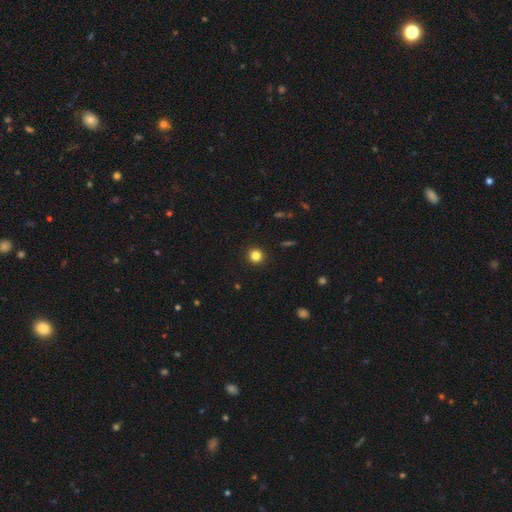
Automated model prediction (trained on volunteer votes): Smooth or featured: smooth — 82% (star or artifact — 13%)
How rounded: round — 95% (in between — 4%)
Merging: none — 93% (minor disturbance — 4%)